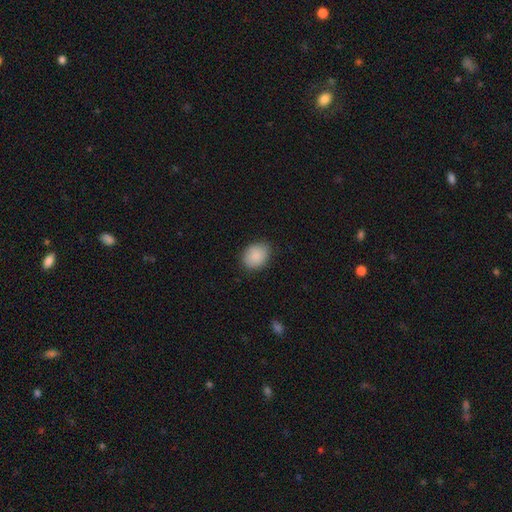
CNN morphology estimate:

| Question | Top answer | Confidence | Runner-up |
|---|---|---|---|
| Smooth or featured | smooth | 89% | star or artifact (7%) |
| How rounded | in between | 52% | round (47%) |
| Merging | none | 85% | minor disturbance (12%) |